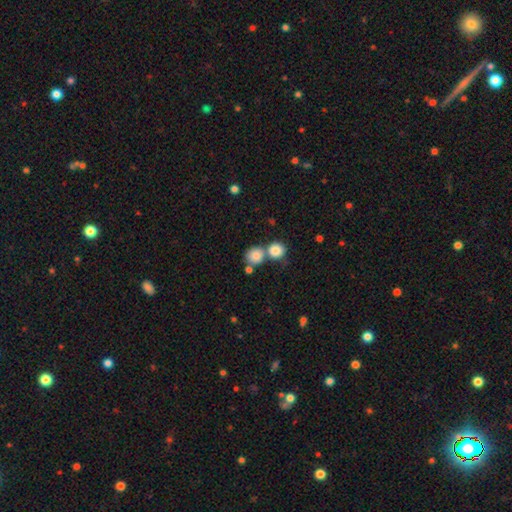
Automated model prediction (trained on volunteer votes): Morphology: type=smooth (84%); roundness=round (83%); merging=none (46%).